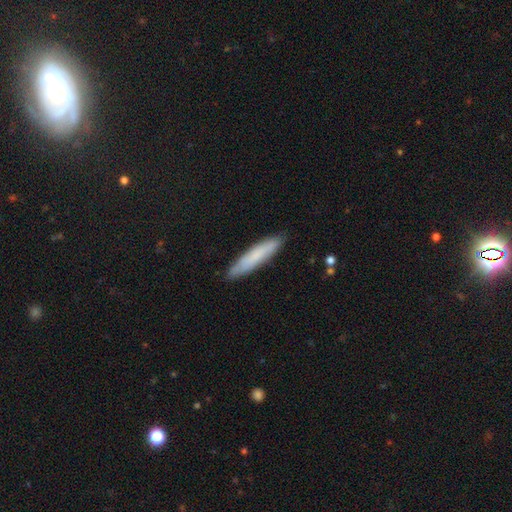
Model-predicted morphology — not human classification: The model was most divided on "smooth or featured": smooth: 75%, featured or disk: 19%, star or artifact: 6%. More confident: how rounded — cigar-shaped (89%); merging — none (88%).